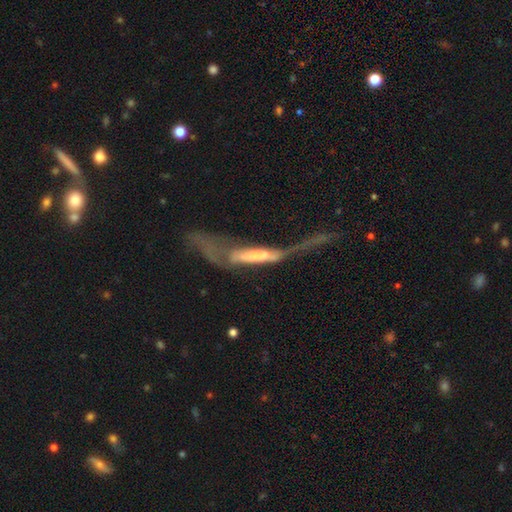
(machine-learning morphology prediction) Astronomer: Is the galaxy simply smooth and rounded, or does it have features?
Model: featured or disk — 56% (runner-up: smooth, 36%).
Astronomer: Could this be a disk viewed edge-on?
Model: yes — 53% (runner-up: no, 47%).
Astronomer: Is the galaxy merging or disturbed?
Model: major disturbance — 60%.